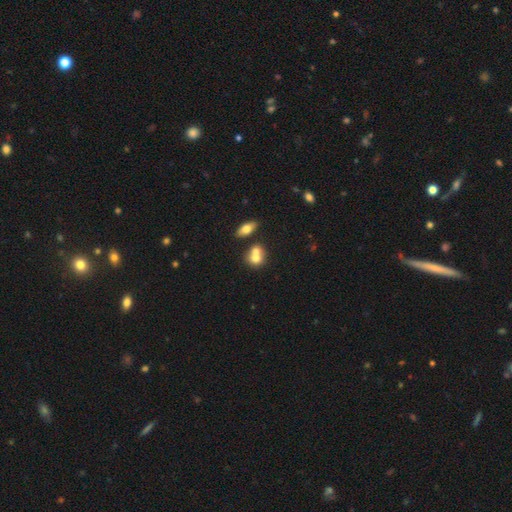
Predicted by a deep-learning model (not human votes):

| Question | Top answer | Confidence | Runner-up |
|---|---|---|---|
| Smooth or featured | smooth | 71% | featured or disk (20%) |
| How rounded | round | 62% | in between (36%) |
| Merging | merger | 59% | none (30%) |